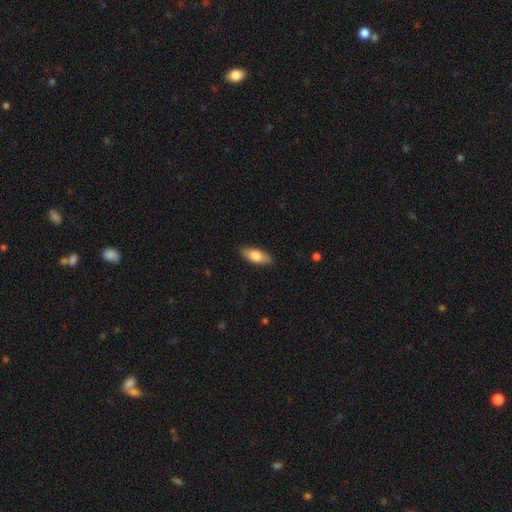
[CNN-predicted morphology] Smooth or featured? smooth (76%)
How rounded? in between (78%)
Merging? none (87%)